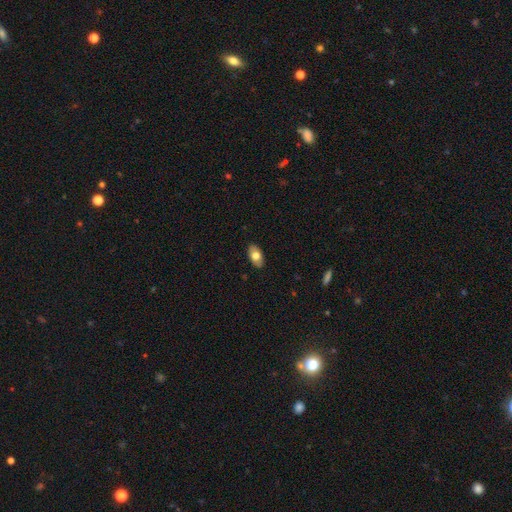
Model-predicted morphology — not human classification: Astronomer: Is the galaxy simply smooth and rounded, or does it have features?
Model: smooth — 72%.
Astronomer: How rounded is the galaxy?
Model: in between — 93%.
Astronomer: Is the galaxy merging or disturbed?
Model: none — 88%.